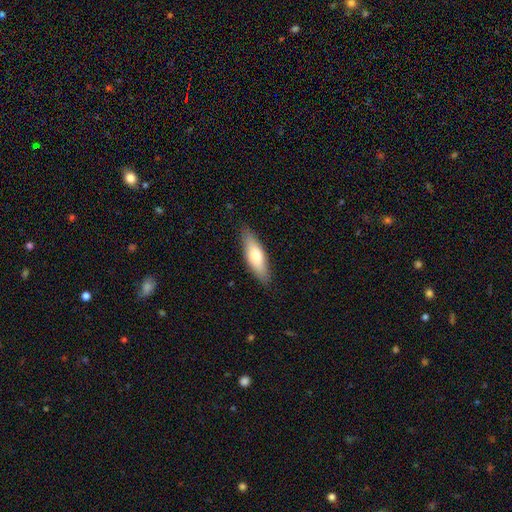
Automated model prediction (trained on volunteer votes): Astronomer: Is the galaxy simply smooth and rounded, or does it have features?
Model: smooth — 66%.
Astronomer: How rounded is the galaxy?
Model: cigar-shaped — 54% (runner-up: in between, 44%).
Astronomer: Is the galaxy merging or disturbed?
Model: none — 87%.